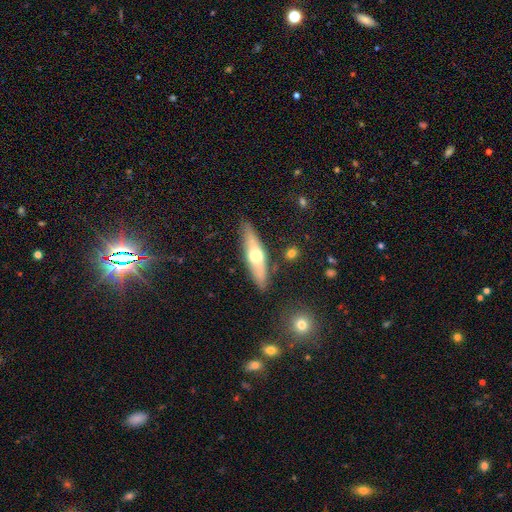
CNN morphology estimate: The model was most divided on "smooth or featured": featured or disk: 50%, smooth: 44%, star or artifact: 6%. More confident: merging — none (84%); edge-on disk — yes (83%).